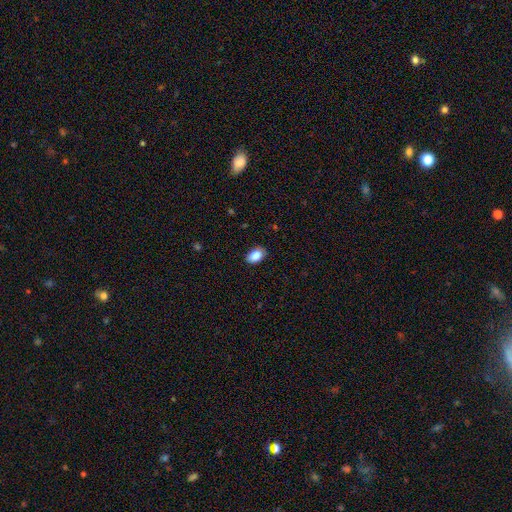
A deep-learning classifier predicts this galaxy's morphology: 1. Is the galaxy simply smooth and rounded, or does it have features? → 88% smooth, 7% star or artifact, 5% featured or disk.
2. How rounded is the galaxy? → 90% in between, 8% round, 1% cigar-shaped.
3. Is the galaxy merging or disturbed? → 87% none, 10% minor disturbance, 2% major disturbance, 1% merger.